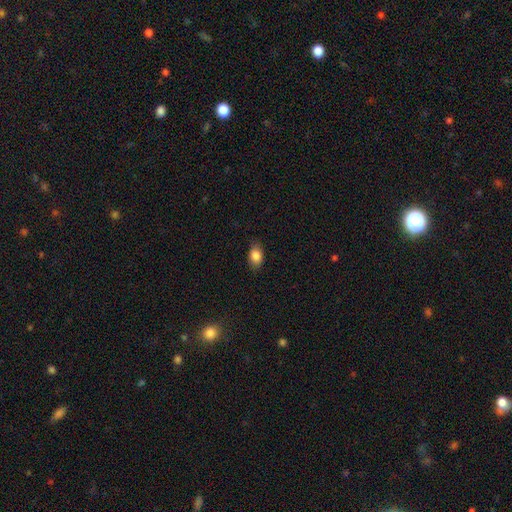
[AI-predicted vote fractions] smooth-or-featured: smooth: 85% | star or artifact: 8% | featured or disk: 6%
  how-rounded: in between: 85% | round: 13% | cigar-shaped: 2%
  merging: none: 84% | minor disturbance: 13% | major disturbance: 3% | merger: 1%